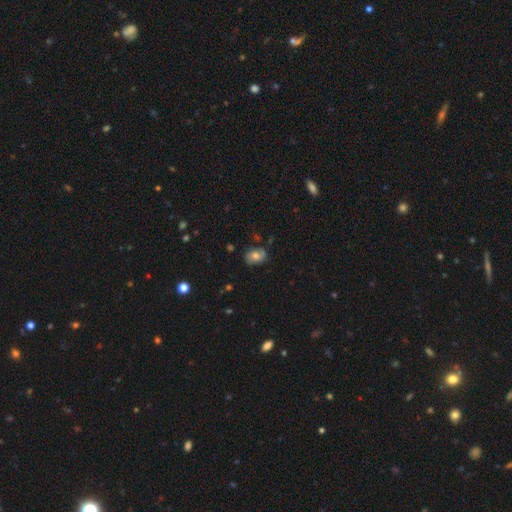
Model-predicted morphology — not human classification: smooth-or-featured: smooth: 65% | featured or disk: 24% | star or artifact: 11%
  how-rounded: in between: 71% | round: 27% | cigar-shaped: 1%
  merging: none: 71% | minor disturbance: 22% | major disturbance: 5% | merger: 3%